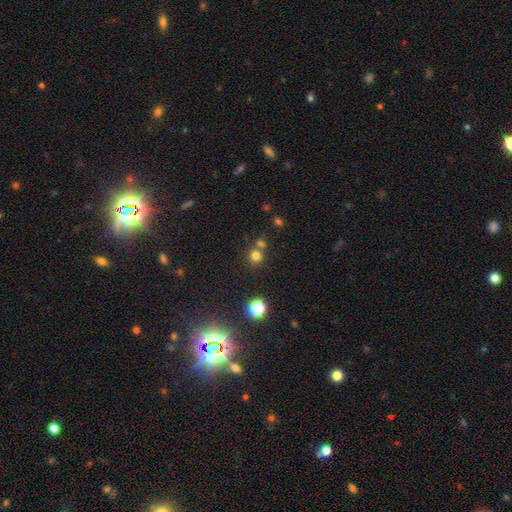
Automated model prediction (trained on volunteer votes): A smooth galaxy with no disk features (74%) that is round (89%). Merging: none (62%).